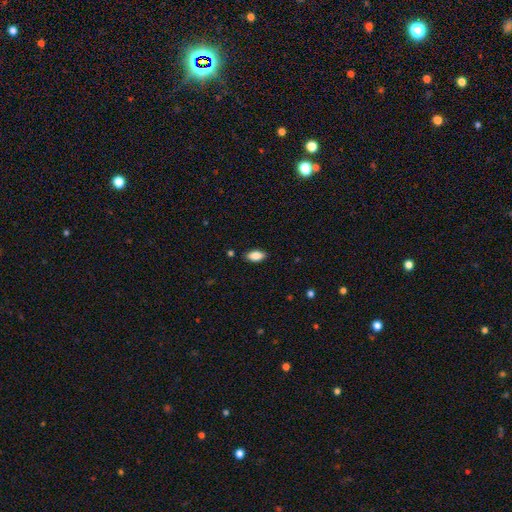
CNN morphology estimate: Smooth or featured?
  - smooth: 87% *
  - star or artifact: 7%
  - featured or disk: 6%
How rounded?
  - in between: 92% *
  - cigar-shaped: 5%
  - round: 3%
Merging?
  - none: 87% *
  - minor disturbance: 10%
  - major disturbance: 2%
  - merger: 1%